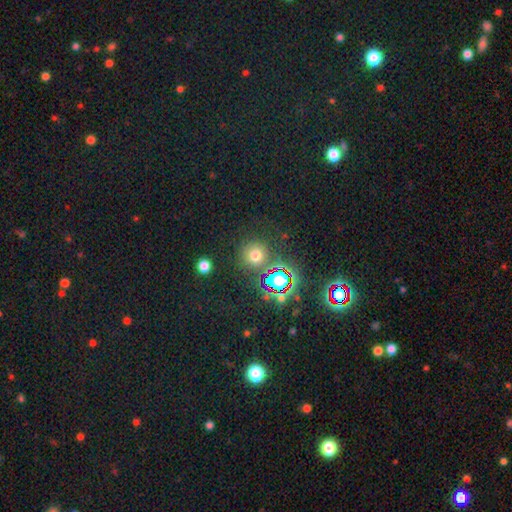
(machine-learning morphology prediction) This is likely a smooth galaxy (65%). How rounded: clearly round (91%). Merging: clearly none (80%).